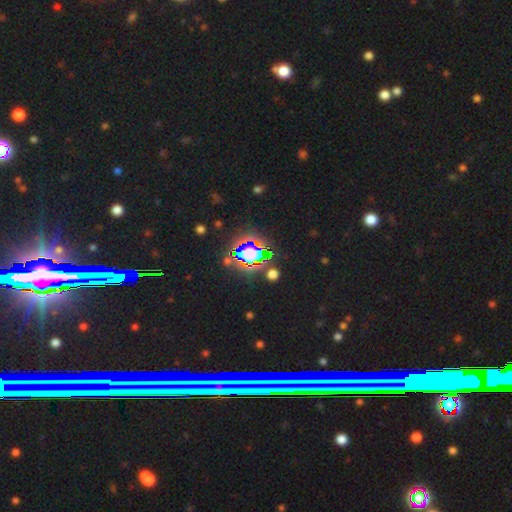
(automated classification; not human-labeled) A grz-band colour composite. It shows a star or artifact, not a galaxy (66%).